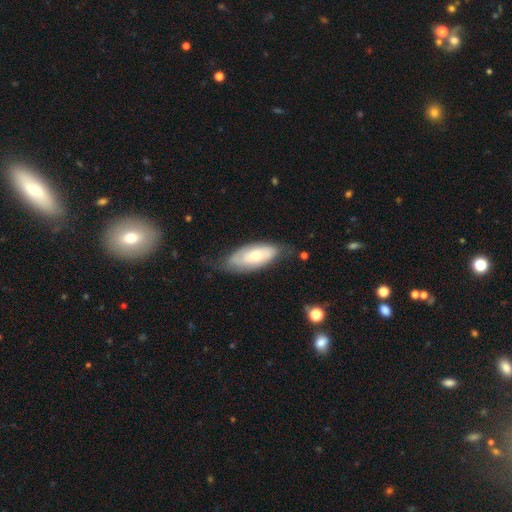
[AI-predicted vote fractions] Smooth or featured? smooth (54%)
How rounded? in between (83%)
Merging? none (59%)